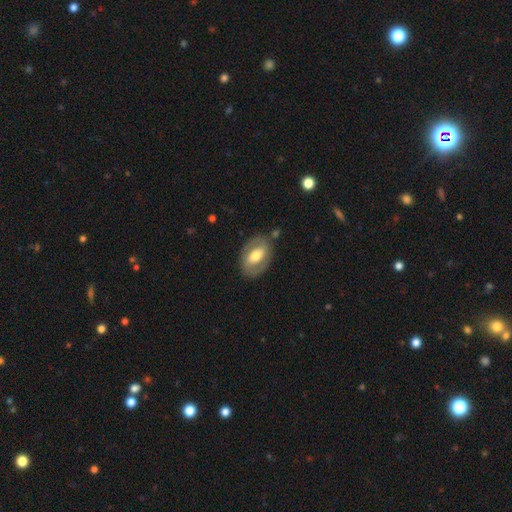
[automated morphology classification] Smooth or featured? featured or disk (58%)
Edge-on disk? no (93%)
Bar? weak (37%)
Spiral arms? yes (53%)
Bulge size? moderate (65%)
Merging? none (76%)